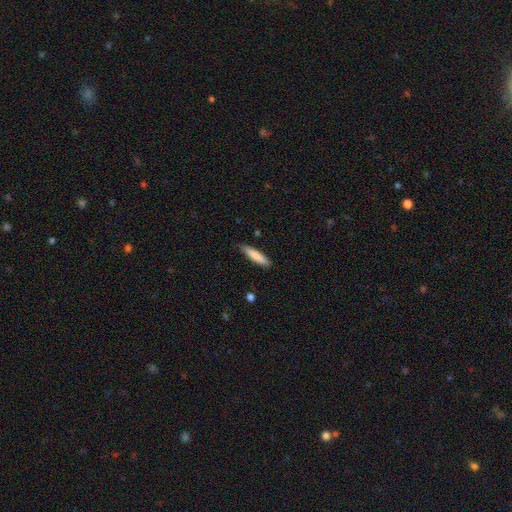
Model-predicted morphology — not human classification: type=smooth (81%); roundness=cigar-shaped (83%); merging=none (84%).